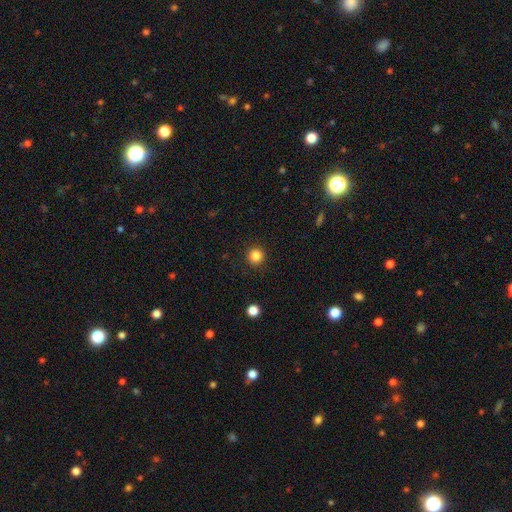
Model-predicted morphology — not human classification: Smooth or featured? smooth (85%)
How rounded? round (94%)
Merging? none (91%)